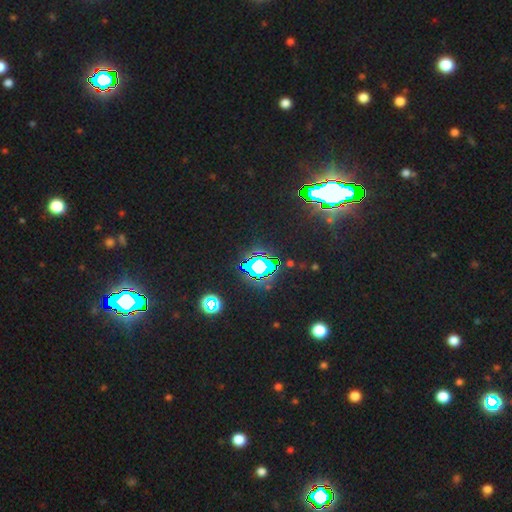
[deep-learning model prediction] Smooth or featured?
  - star or artifact: 81% *
  - smooth: 11%
  - featured or disk: 9%